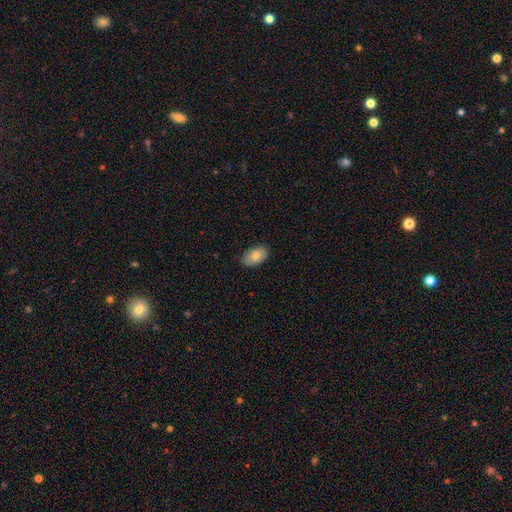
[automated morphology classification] Smooth or featured: smooth — 82% (featured or disk — 11%)
How rounded: in between — 93% (round — 5%)
Merging: none — 85% (minor disturbance — 12%)